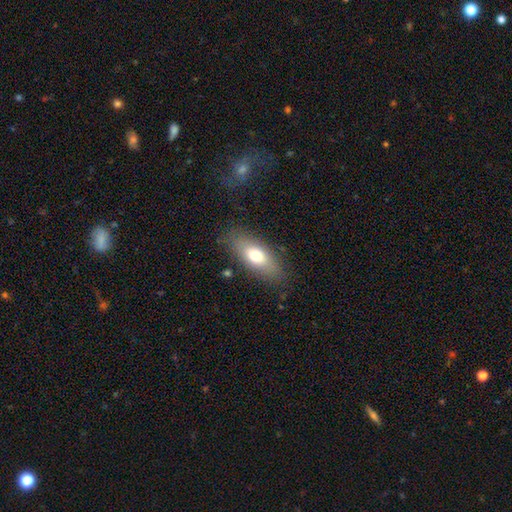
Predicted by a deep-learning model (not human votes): This appears to be a smooth galaxy with no disk features (71%) that is in between round and cigar-shaped (79%). Merging: none (81%).